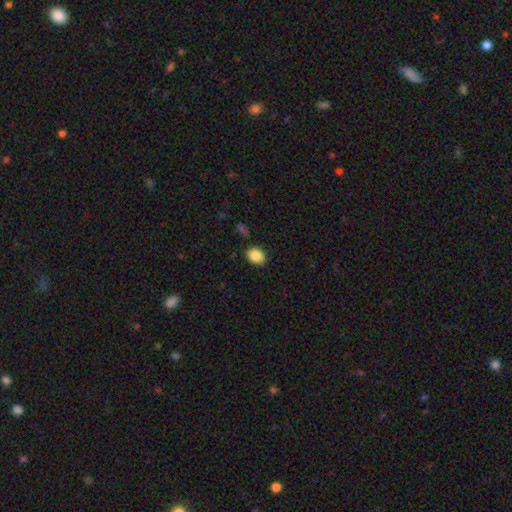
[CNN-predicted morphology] A smooth galaxy with no disk features (87%) that is in between round and cigar-shaped (52%).

Vote fractions:
- Smooth or featured? smooth: 87% / star or artifact: 9% / featured or disk: 5%
- How rounded? in between: 52% / round: 47% / cigar-shaped: 1%
- Merging? none: 87% / minor disturbance: 9% / major disturbance: 2% / merger: 2%